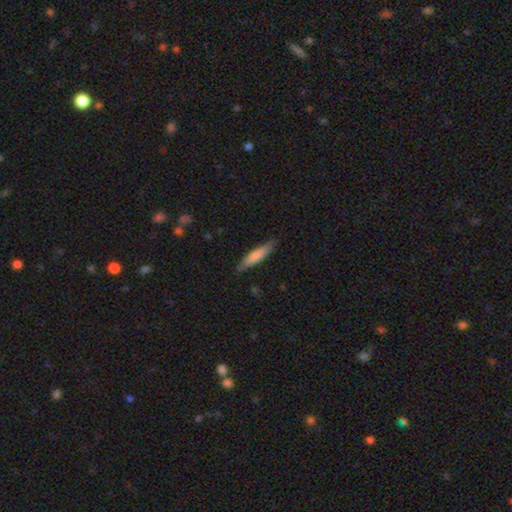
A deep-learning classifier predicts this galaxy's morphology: This is likely a smooth galaxy (71%). How rounded: clearly cigar-shaped (82%). Merging: clearly none (84%).